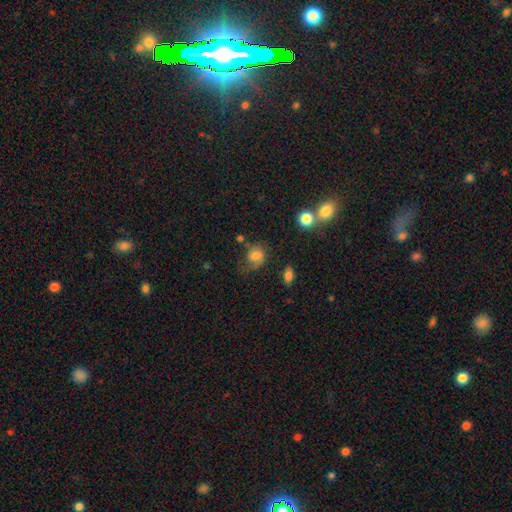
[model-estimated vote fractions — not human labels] The model was most divided on "how rounded": in between: 50%, round: 49%, cigar-shaped: 1%. Remaining: smooth or featured — smooth (64%); merging — none (43%).